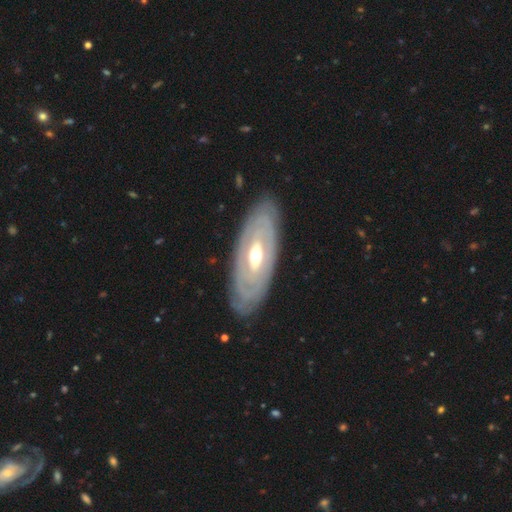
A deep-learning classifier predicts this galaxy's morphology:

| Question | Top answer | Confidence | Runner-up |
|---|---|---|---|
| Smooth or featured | featured or disk | 81% | smooth (15%) |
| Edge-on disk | no | 85% | yes (15%) |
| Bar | no | 48% | weak (33%) |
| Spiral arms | yes | 67% | no (33%) |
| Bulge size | moderate | 67% | small (26%) |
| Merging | none | 85% | minor disturbance (11%) |